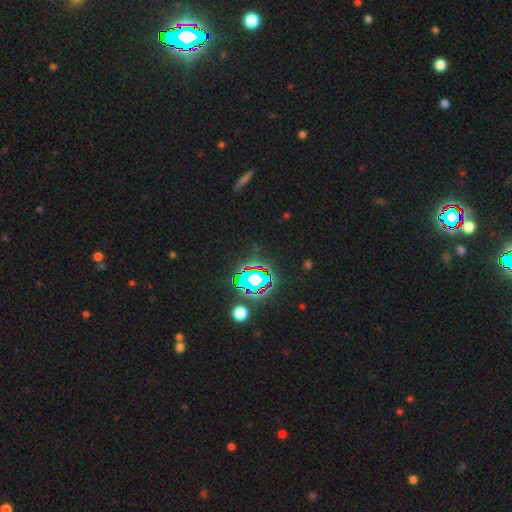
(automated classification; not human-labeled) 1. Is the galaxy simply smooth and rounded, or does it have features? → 75% star or artifact, 14% smooth, 10% featured or disk.